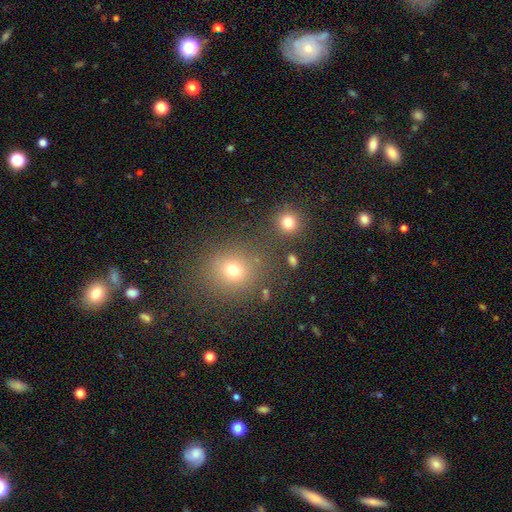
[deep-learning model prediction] Smooth or featured?
  - smooth: 57% *
  - star or artifact: 33%
  - featured or disk: 10%
How rounded?
  - round: 81% *
  - in between: 18%
  - cigar-shaped: 1%
Merging?
  - none: 81% *
  - minor disturbance: 8%
  - merger: 7%
  - major disturbance: 4%